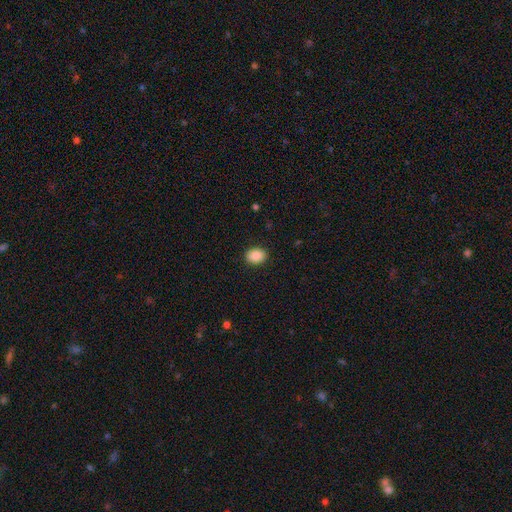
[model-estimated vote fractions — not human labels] Morphology: type=smooth (88%); roundness=in between (62%); merging=none (90%).